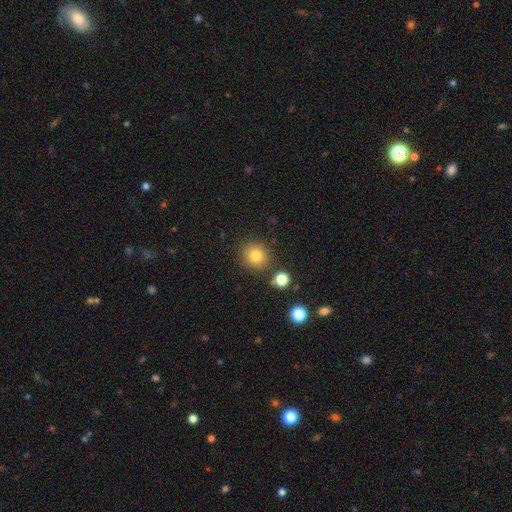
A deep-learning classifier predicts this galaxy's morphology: smooth 79%, star or artifact 13%, featured or disk 8%. Down the decision tree: how rounded — round (88%); merging — none (85%).